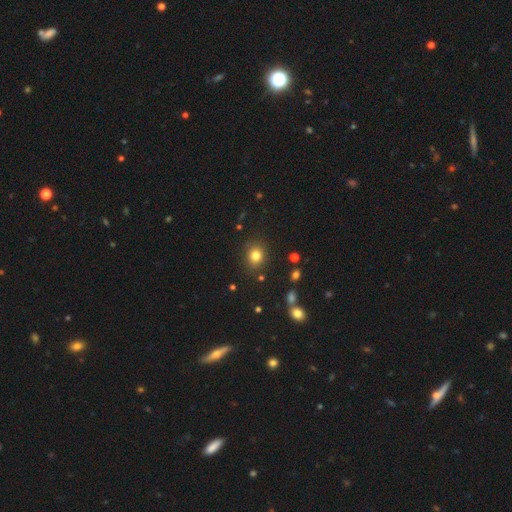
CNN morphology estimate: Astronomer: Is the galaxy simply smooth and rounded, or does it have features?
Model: smooth — 80%.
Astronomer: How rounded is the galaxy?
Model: round — 68%.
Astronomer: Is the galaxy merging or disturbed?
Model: none — 84%.